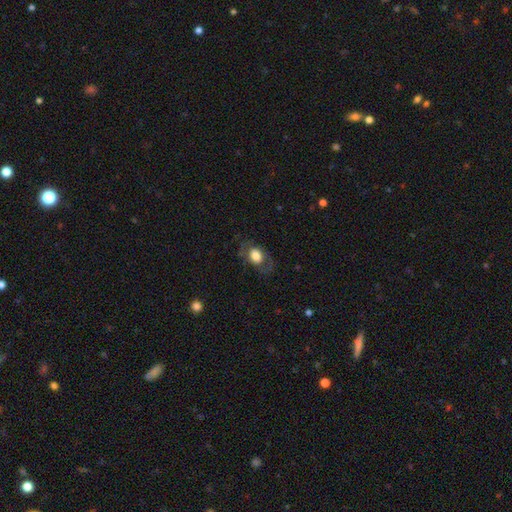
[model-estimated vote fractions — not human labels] This appears to be a smooth galaxy with no disk features (60%) that is in between round and cigar-shaped (72%). Merging: none (68%).